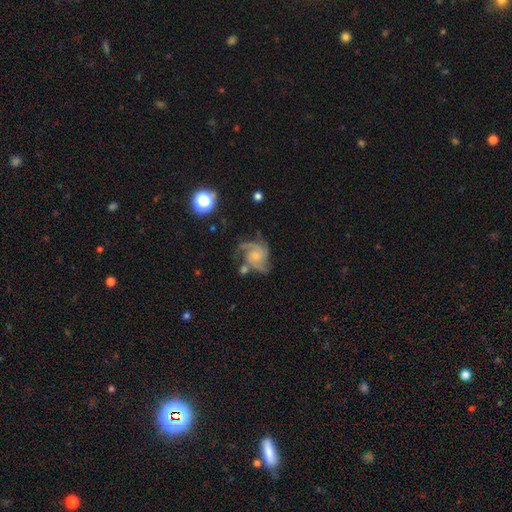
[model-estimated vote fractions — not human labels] The model was most divided on "spiral winding": medium: 50%, tight: 33%, loose: 17%. Remaining: edge-on disk — no (98%); spiral arms — yes (97%); smooth or featured — featured or disk (85%); bar — no (74%); bulge size — small (63%); merging — none (55%); spiral arm count — 3 (49%).